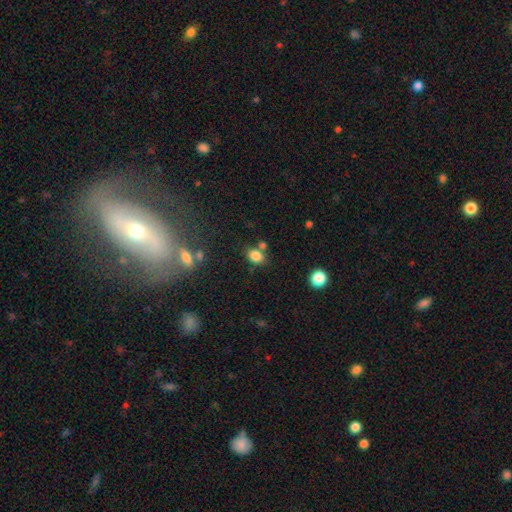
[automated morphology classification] Smooth or featured? Predicted: smooth (p=0.83). How rounded? Predicted: in between (p=0.65). Merging? Predicted: none (p=0.64).